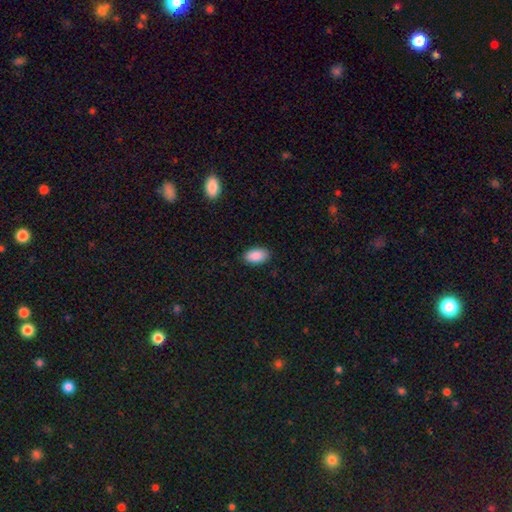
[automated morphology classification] smooth-or-featured: smooth: 90% | star or artifact: 7% | featured or disk: 4%
  how-rounded: in between: 94% | round: 4% | cigar-shaped: 2%
  merging: none: 88% | minor disturbance: 9% | major disturbance: 2% | merger: 1%